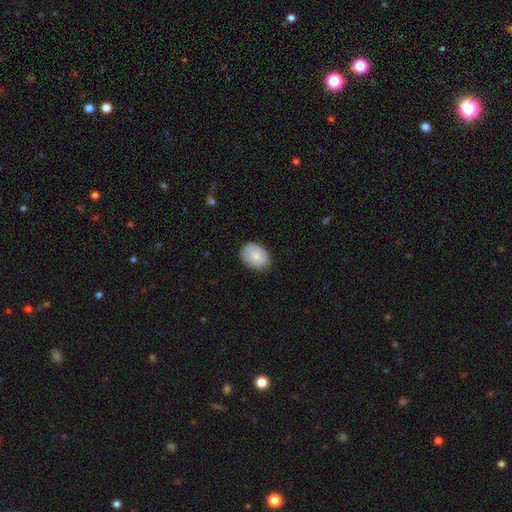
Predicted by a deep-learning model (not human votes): Q: Smooth or featured?
A: smooth (82%); runner-up: featured or disk (11%)
Q: How rounded?
A: in between (74%); runner-up: round (25%)
Q: Merging?
A: none (83%); runner-up: minor disturbance (13%)